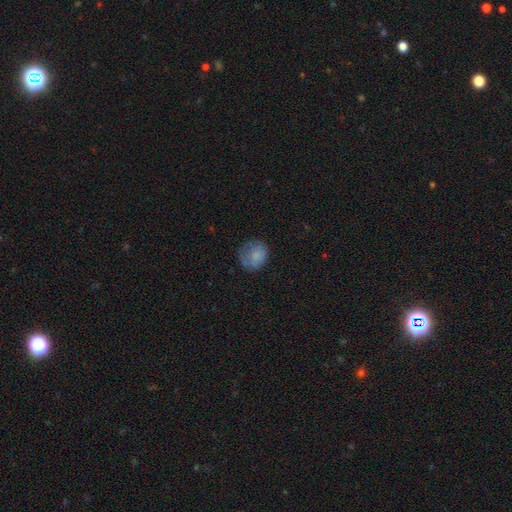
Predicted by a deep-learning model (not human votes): Morphology: type=smooth (74%); roundness=round (73%); merging=none (59%).